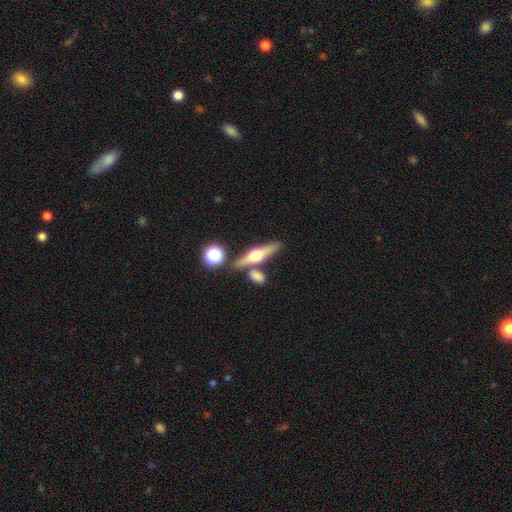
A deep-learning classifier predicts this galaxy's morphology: smooth-or-featured: featured or disk: 64% | smooth: 29% | star or artifact: 7%
  disk-edge-on: yes: 95% | no: 5%
    edge-on-bulge: rounded: 95% | boxy: 3% | none: 2%
  merging: none: 75% | merger: 13% | minor disturbance: 9% | major disturbance: 3%